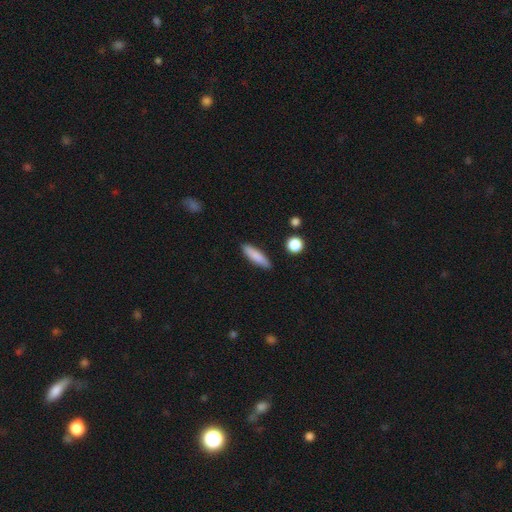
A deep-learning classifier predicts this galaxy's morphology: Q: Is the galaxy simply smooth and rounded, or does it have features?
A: smooth — 82%.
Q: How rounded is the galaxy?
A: cigar-shaped — 73%.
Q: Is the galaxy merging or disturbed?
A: none — 87%.